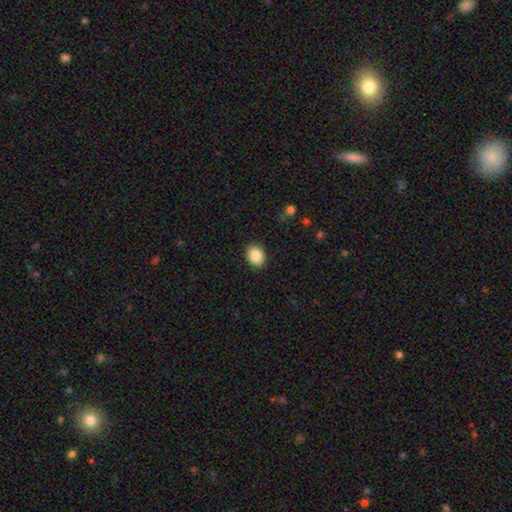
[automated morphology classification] smooth-or-featured: smooth: 86% | star or artifact: 8% | featured or disk: 6%
  how-rounded: in between: 58% | round: 41% | cigar-shaped: 1%
  merging: none: 90% | minor disturbance: 7% | major disturbance: 2% | merger: 1%